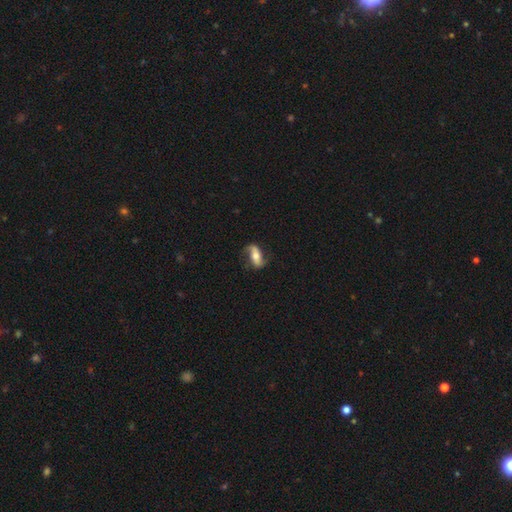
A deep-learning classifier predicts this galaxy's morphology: This is likely a featured or disk galaxy (65%). It is clearly not viewed edge-on (89%). Bar: marginally strong (39%). Spiral arm pattern: clearly yes (87%). Spiral arm count: clearly 2 (88%). Spiral winding: likely loose (61%). Central bulge: possibly moderate (58%). Merging: likely none (70%).